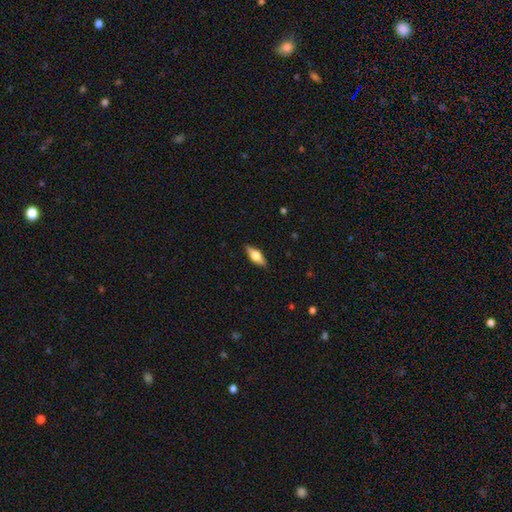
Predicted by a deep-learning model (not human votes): Q: Smooth or featured?
A: featured or disk (50%); runner-up: smooth (43%)
Q: Edge-on disk?
A: yes (92%); runner-up: no (8%)
Q: Merging?
A: none (88%); runner-up: minor disturbance (9%)